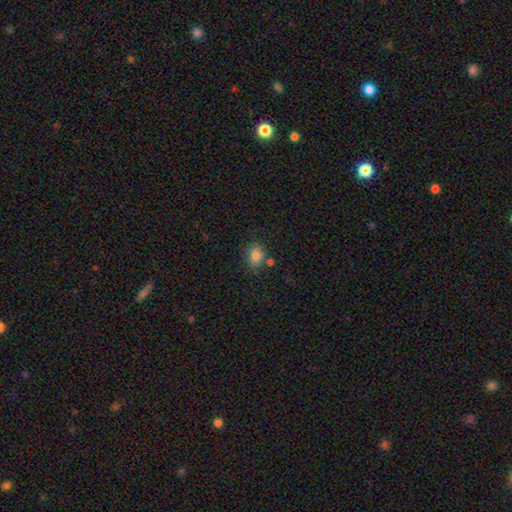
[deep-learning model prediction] Q: Smooth or featured?
A: smooth (81%); runner-up: star or artifact (11%)
Q: How rounded?
A: in between (53%); runner-up: round (45%)
Q: Merging?
A: none (69%); runner-up: minor disturbance (17%)